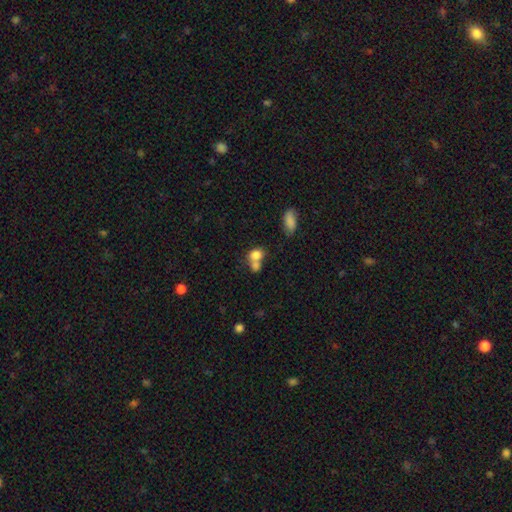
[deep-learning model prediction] This is likely a smooth galaxy (78%). How rounded: possibly in between (51%). Merging: possibly merger (58%).